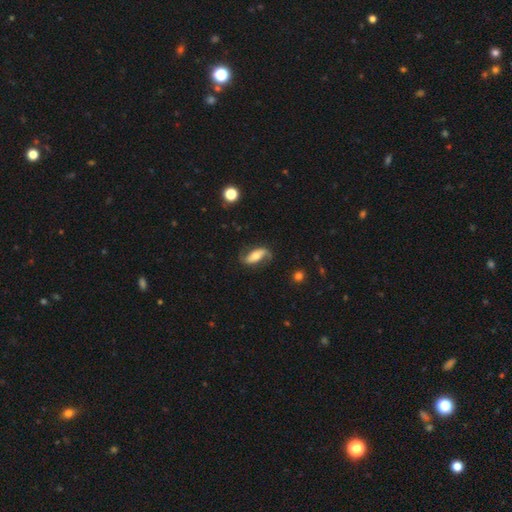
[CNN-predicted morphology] Smooth or featured?
  - featured or disk: 68% *
  - smooth: 25%
  - star or artifact: 6%
Edge-on disk?
  - no: 88% *
  - yes: 12%
Bar?
  - no: 42% *
  - strong: 33%
  - weak: 25%
Spiral arms?
  - yes: 90% *
  - no: 10%
Spiral winding?
  - loose: 63% *
  - medium: 26%
  - tight: 12%
Spiral arm count?
  - 2: 89% *
  - 1: 4%
  - can't tell: 4%
  - 3: 1%
  - 4: 1%
  - more than 4: 1%
Bulge size?
  - moderate: 59% *
  - small: 26%
  - large: 10%
  - none: 2%
  - dominant: 2%
Merging?
  - none: 71% *
  - minor disturbance: 18%
  - major disturbance: 8%
  - merger: 2%